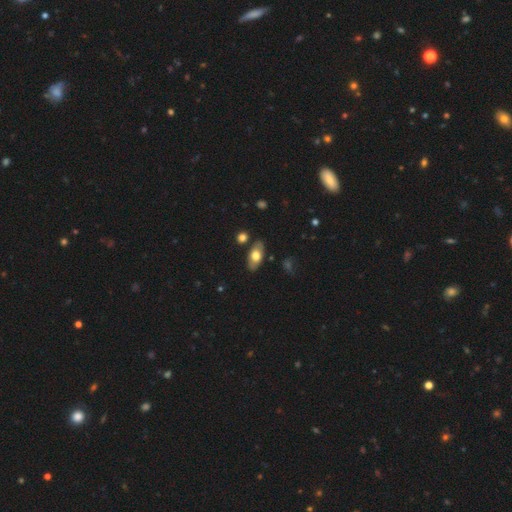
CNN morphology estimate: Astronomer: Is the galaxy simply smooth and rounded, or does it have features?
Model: smooth — 64%.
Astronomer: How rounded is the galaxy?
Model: in between — 90%.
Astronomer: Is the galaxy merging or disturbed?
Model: none — 84%.